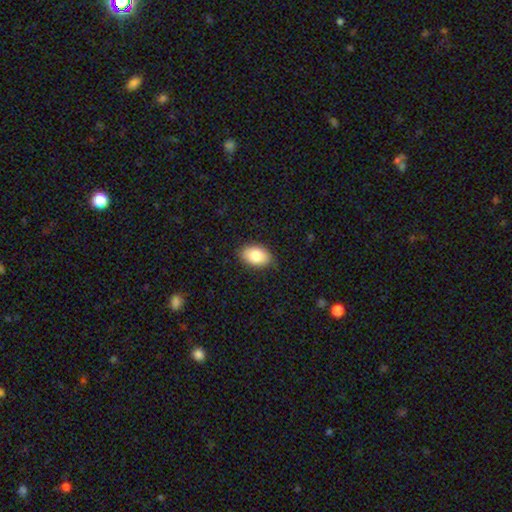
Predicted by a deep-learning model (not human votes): Smooth or featured?
  - smooth: 84% *
  - featured or disk: 9%
  - star or artifact: 7%
How rounded?
  - in between: 88% *
  - round: 11%
  - cigar-shaped: 1%
Merging?
  - none: 84% *
  - minor disturbance: 13%
  - major disturbance: 2%
  - merger: 1%